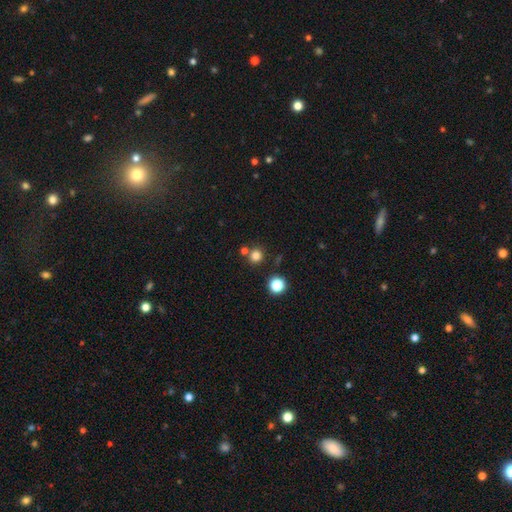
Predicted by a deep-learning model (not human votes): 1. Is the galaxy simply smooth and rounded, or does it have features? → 79% smooth, 16% star or artifact, 5% featured or disk.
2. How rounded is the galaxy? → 92% round, 7% in between, 1% cigar-shaped.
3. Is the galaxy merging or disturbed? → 77% none, 13% merger, 7% minor disturbance, 3% major disturbance.